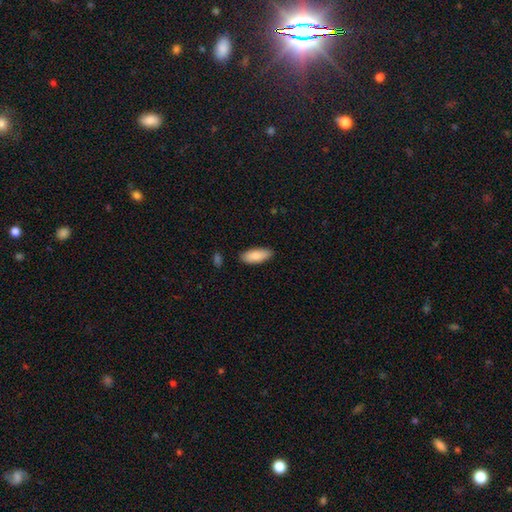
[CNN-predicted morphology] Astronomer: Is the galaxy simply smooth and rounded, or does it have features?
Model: smooth — 86%.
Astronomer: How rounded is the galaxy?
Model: in between — 79%.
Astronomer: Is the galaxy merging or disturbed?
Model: none — 85%.